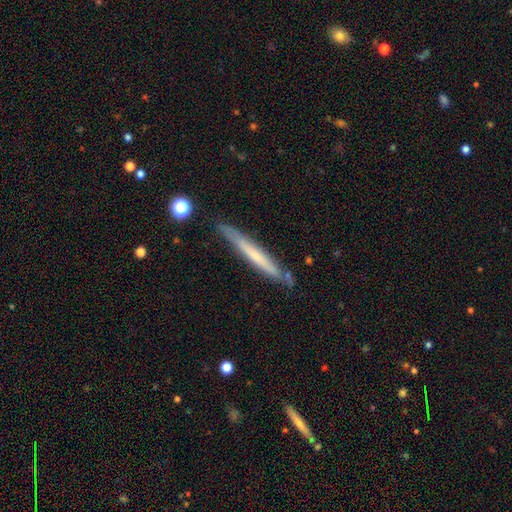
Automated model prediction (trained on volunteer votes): A featured or disk galaxy (49%).

Vote fractions:
- Smooth or featured? featured or disk: 49% / smooth: 45% / star or artifact: 6%
- Merging? none: 81% / minor disturbance: 14% / merger: 3% / major disturbance: 2%